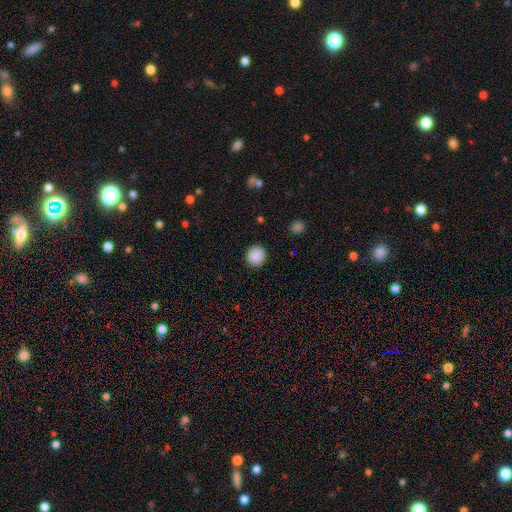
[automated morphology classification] A smooth galaxy with no disk features (89%) that is round (87%).

Vote fractions:
- Smooth or featured? smooth: 89% / star or artifact: 8% / featured or disk: 3%
- How rounded? round: 87% / in between: 12% / cigar-shaped: 1%
- Merging? none: 90% / minor disturbance: 7% / major disturbance: 2% / merger: 1%